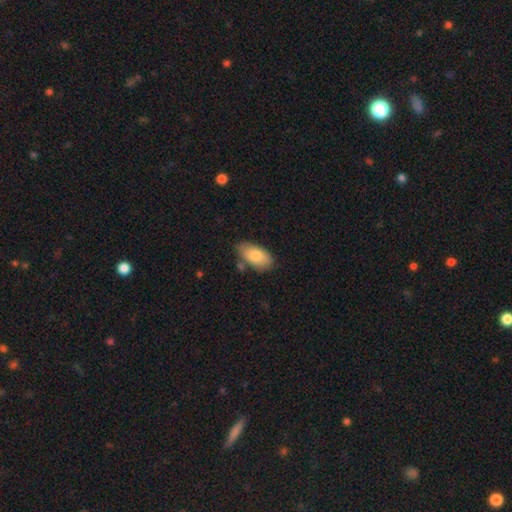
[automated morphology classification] smooth 83%, featured or disk 11%, star or artifact 6%. Down the decision tree: how rounded — in between (93%); merging — none (70%).